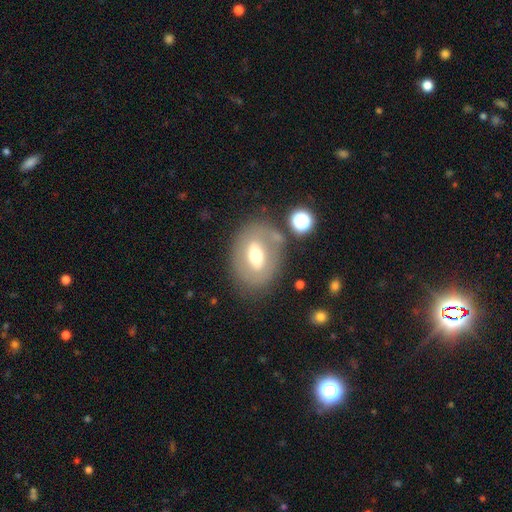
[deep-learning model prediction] Smooth or featured? featured or disk (49%)
Merging? none (70%)